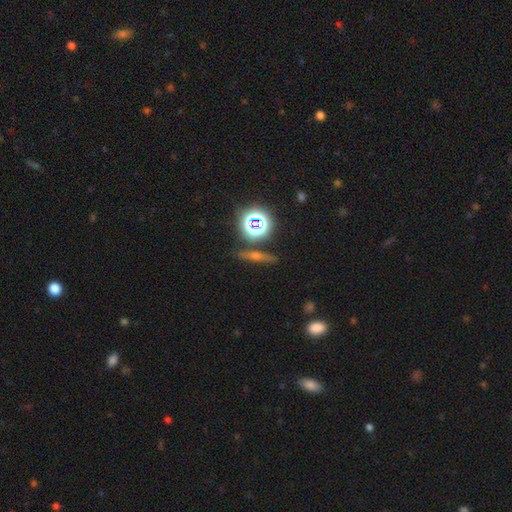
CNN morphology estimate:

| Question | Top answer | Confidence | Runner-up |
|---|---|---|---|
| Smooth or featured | featured or disk | 44% | star or artifact (28%) |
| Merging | none | 85% | minor disturbance (9%) |